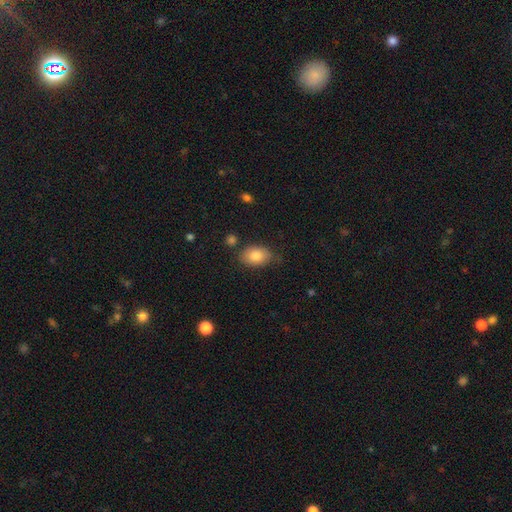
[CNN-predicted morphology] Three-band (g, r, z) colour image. It shows a smooth galaxy with no disk features (83%) that is in between round and cigar-shaped (85%). Merging: none (73%).